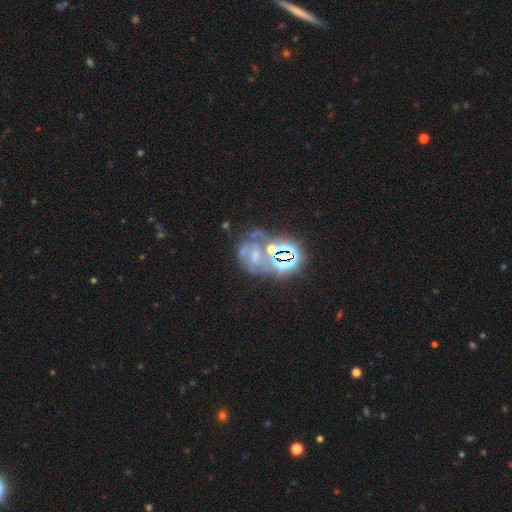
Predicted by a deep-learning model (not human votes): smooth_or_featured: featured or disk (p=0.49) [alt: star or artifact p=0.36]
merging: none (p=0.36) [alt: merger p=0.23]